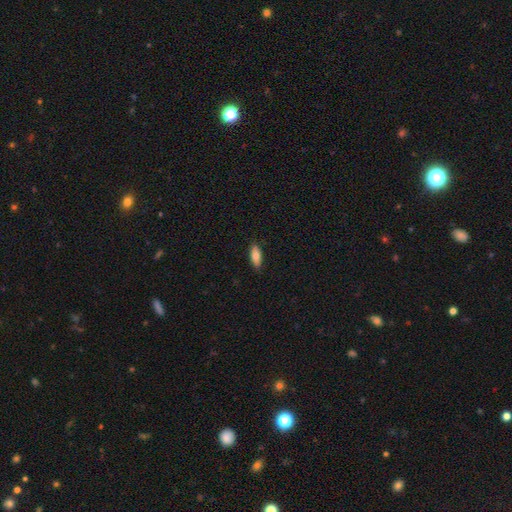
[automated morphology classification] This is likely a smooth galaxy (77%). How rounded: likely in between (74%). Merging: clearly none (86%).